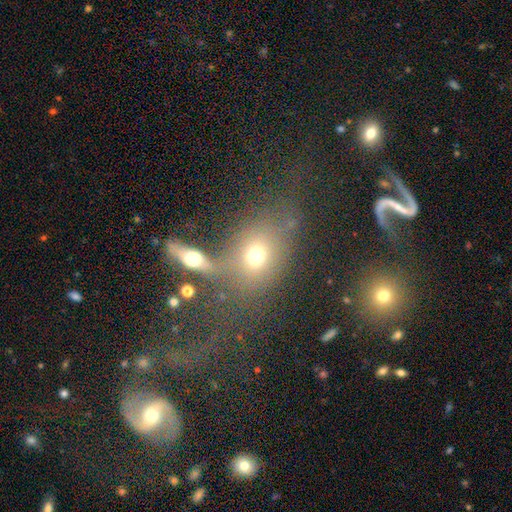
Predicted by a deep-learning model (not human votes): smooth_or_featured: smooth (p=0.66) [alt: featured or disk p=0.20]
how_rounded: in between (p=0.55) [alt: round p=0.42]
merging: none (p=0.40) [alt: merger p=0.35]